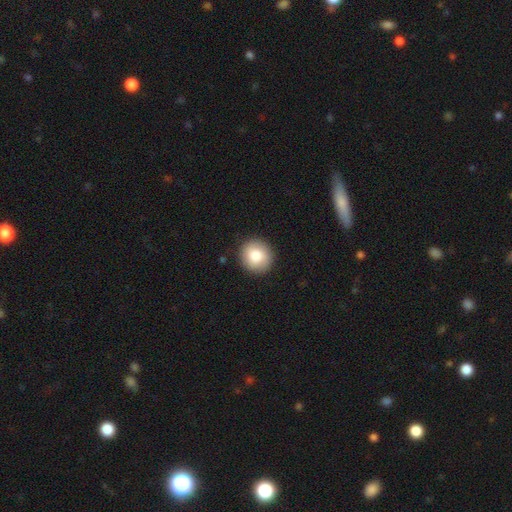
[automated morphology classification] This appears to be a smooth galaxy with no disk features (85%) that is round (92%). Merging: none (90%).